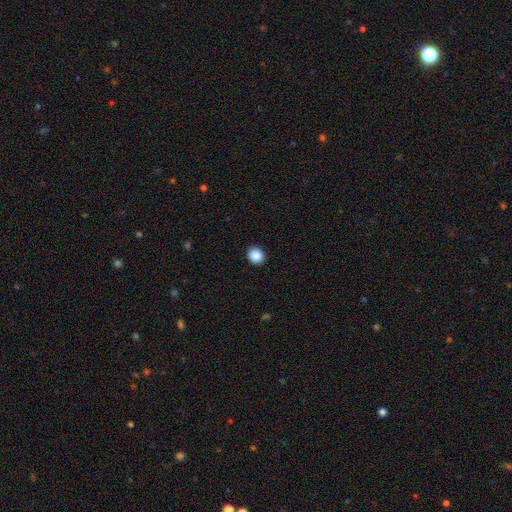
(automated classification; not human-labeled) smooth_or_featured: smooth (p=0.89) [alt: star or artifact p=0.09]
how_rounded: round (p=0.78) [alt: in between p=0.21]
merging: none (p=0.92) [alt: minor disturbance p=0.06]